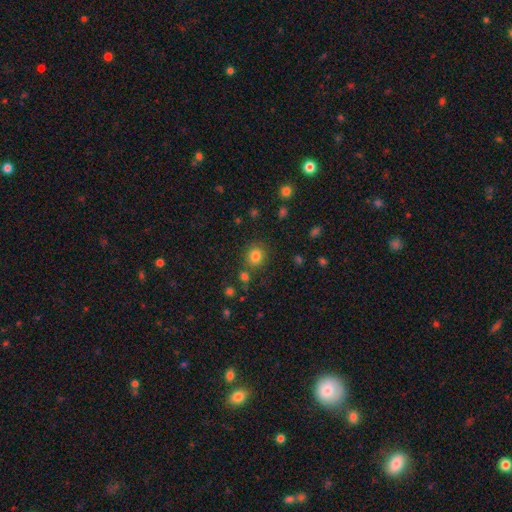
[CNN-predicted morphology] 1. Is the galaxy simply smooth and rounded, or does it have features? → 82% smooth, 13% star or artifact, 5% featured or disk.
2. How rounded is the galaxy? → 82% round, 17% in between, 1% cigar-shaped.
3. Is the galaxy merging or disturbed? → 78% none, 10% minor disturbance, 9% merger, 4% major disturbance.